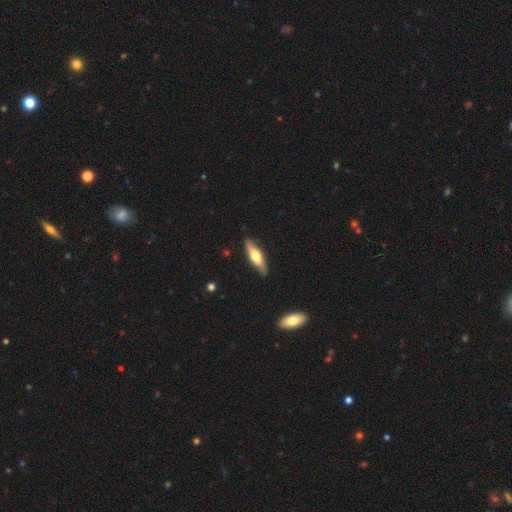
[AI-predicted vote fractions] The model was most divided on "smooth or featured": smooth: 52%, featured or disk: 43%, star or artifact: 5%. More confident: merging — none (84%); how rounded — cigar-shaped (60%).